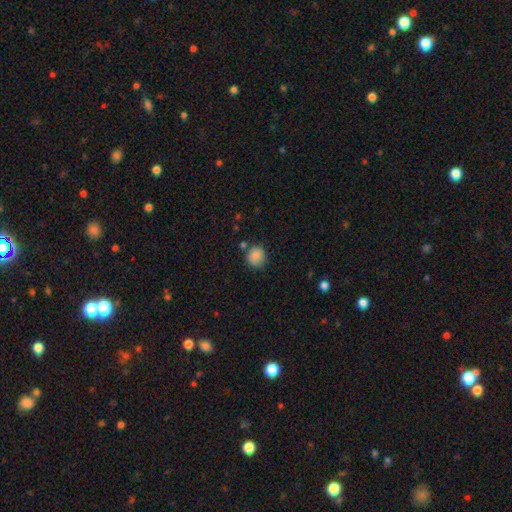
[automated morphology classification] The model was most divided on "merging": none: 78%, minor disturbance: 14%, merger: 6%, major disturbance: 3%. More confident: smooth or featured — smooth (86%); how rounded — round (84%).